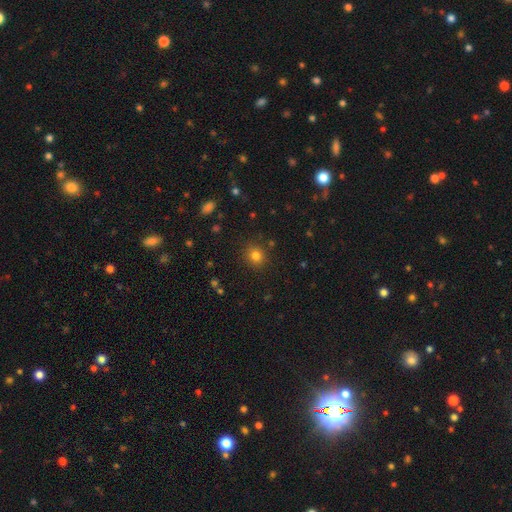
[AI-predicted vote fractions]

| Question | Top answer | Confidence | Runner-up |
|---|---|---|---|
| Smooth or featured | smooth | 79% | star or artifact (15%) |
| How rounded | round | 86% | in between (13%) |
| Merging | none | 88% | minor disturbance (8%) |